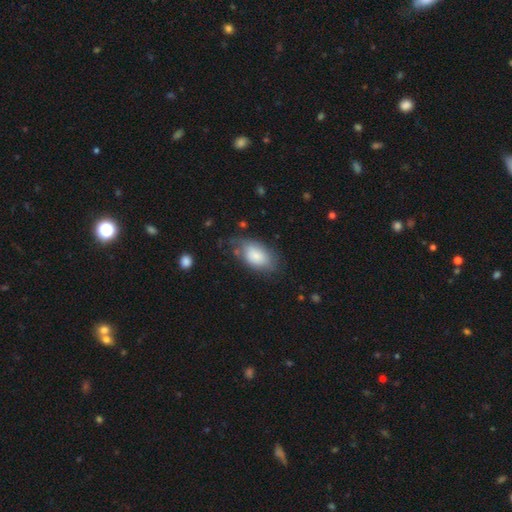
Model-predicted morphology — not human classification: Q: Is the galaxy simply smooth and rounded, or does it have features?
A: smooth — 75%.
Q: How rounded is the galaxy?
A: in between — 92%.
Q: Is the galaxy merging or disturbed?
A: none — 55%.